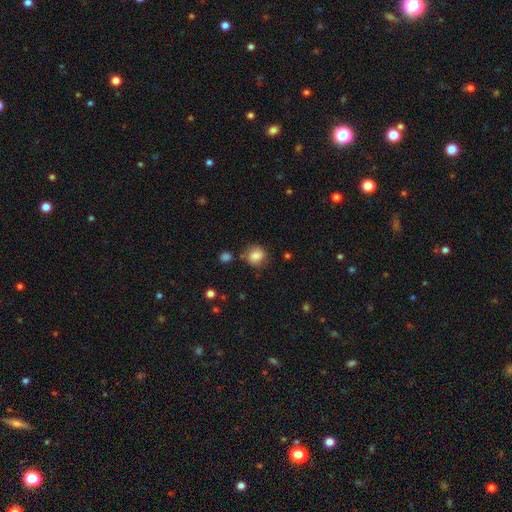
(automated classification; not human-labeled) Morphology: type=smooth (79%); roundness=round (76%); merging=none (72%).